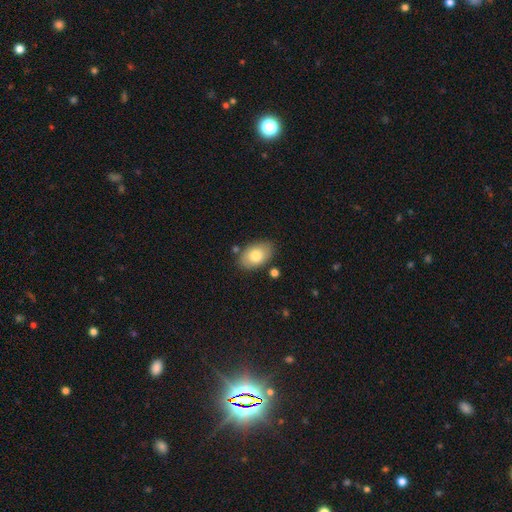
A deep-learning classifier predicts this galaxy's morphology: This is likely a smooth galaxy (78%). How rounded: clearly in between (90%). Merging: likely none (78%).